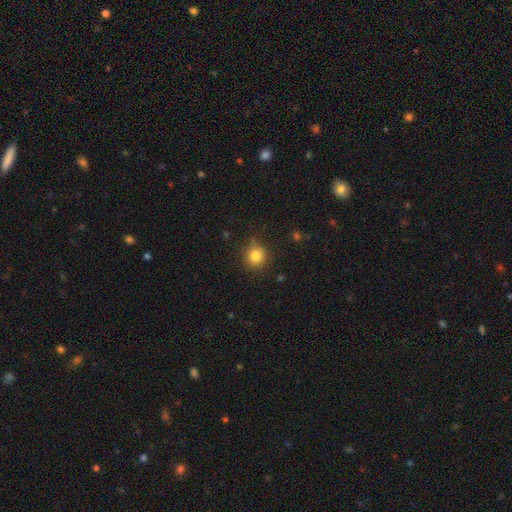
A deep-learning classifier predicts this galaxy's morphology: Smooth or featured: smooth — 83% (star or artifact — 11%)
How rounded: round — 87% (in between — 12%)
Merging: none — 82% (minor disturbance — 13%)